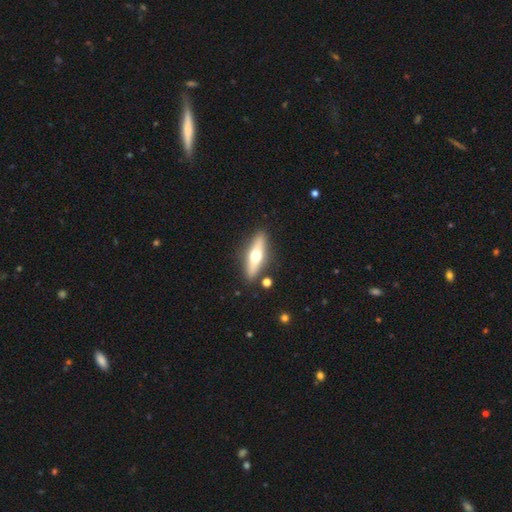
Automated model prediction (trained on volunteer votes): Q: Smooth or featured?
A: featured or disk (54%); runner-up: smooth (40%)
Q: Edge-on disk?
A: yes (88%); runner-up: no (12%)
Q: Merging?
A: none (87%); runner-up: minor disturbance (8%)